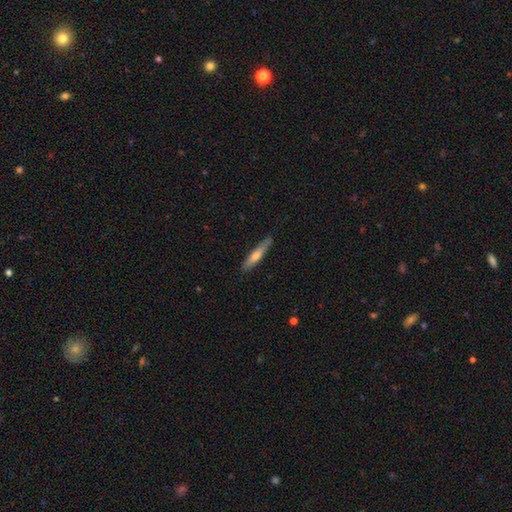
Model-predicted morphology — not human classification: type=smooth (57%); roundness=cigar-shaped (91%); merging=none (85%).